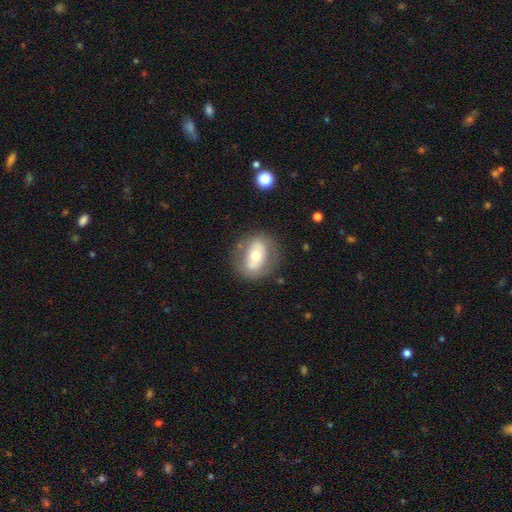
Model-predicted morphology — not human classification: A smooth galaxy with no disk features (49%). Merging: none (73%).